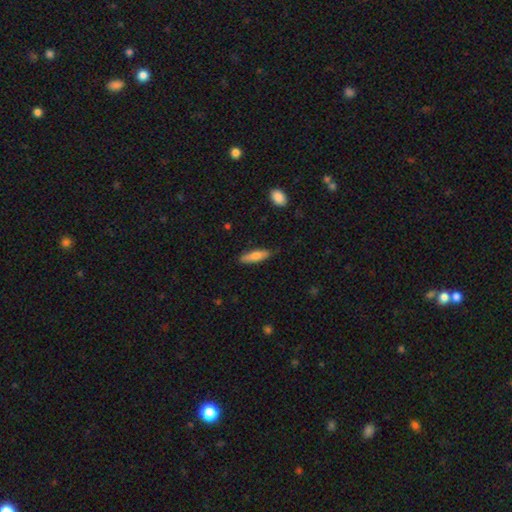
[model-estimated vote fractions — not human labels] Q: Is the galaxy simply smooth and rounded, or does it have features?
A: smooth — 75%.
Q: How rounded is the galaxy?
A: cigar-shaped — 63%.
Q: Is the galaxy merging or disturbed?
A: none — 84%.